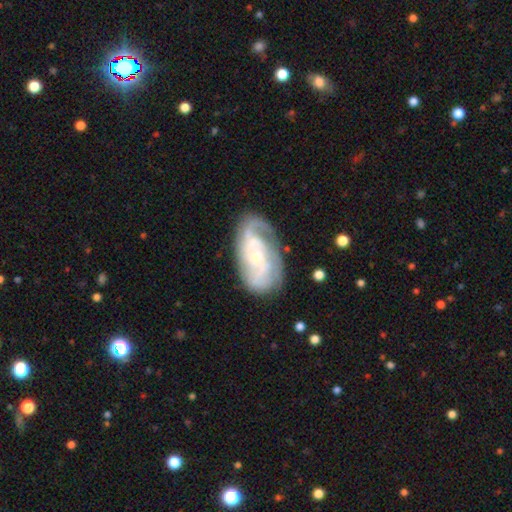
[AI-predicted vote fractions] A featured or disk galaxy (79%) with no bar (62%), 2 (41%) tight (52%) spiral arms (93%) and a small central bulge (60%). Merging: none (68%).